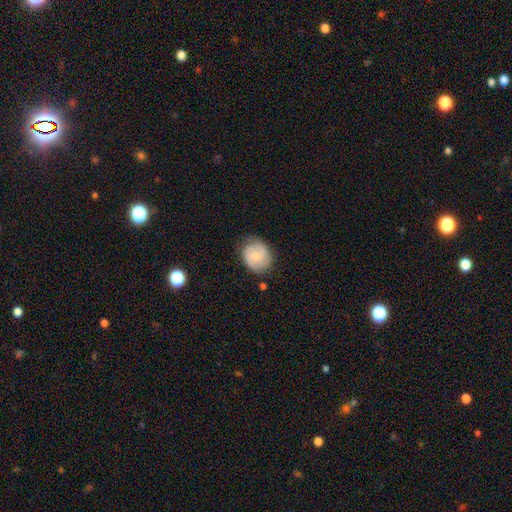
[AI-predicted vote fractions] Smooth or featured: featured or disk — 54% (smooth — 39%)
Edge-on disk: no — 98% (yes — 2%)
Bar: no — 59% (weak — 36%)
Spiral arms: yes — 87% (no — 13%)
Bulge size: moderate — 48% (small — 44%)
Merging: none — 76% (minor disturbance — 18%)